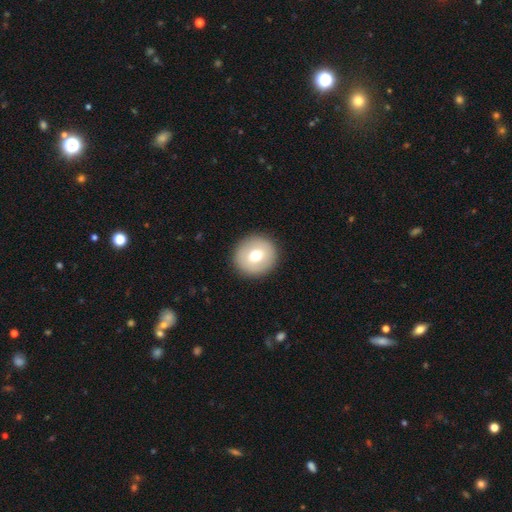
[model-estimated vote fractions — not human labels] Smooth or featured? Predicted: smooth (p=0.71). How rounded? Predicted: round (p=0.93). Merging? Predicted: none (p=0.92).